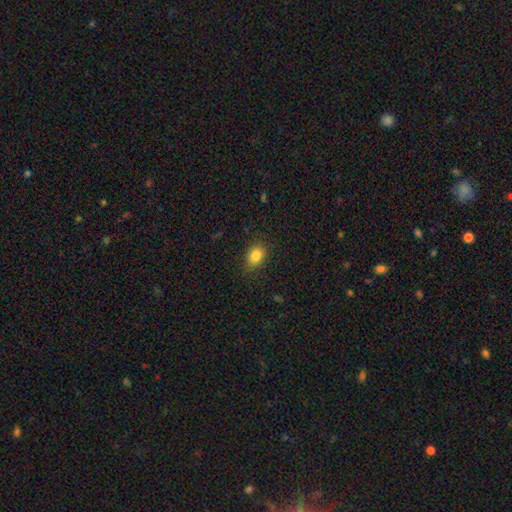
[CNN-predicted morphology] smooth 84%, star or artifact 10%, featured or disk 6%. Down the decision tree: how rounded — in between (71%); merging — none (85%).